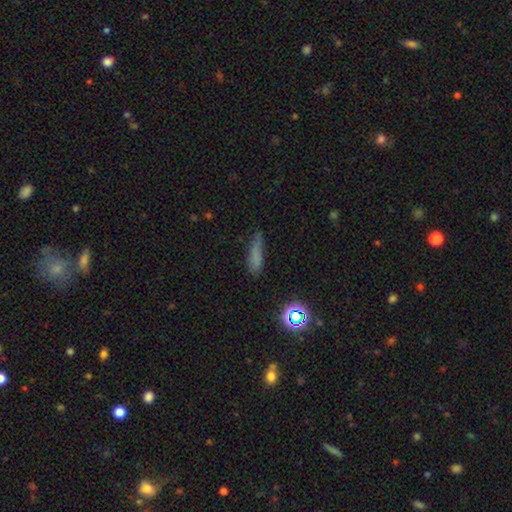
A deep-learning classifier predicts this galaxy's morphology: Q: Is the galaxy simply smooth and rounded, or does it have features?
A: smooth — 68%.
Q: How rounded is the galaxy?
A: cigar-shaped — 69%.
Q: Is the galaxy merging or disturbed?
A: none — 59%.